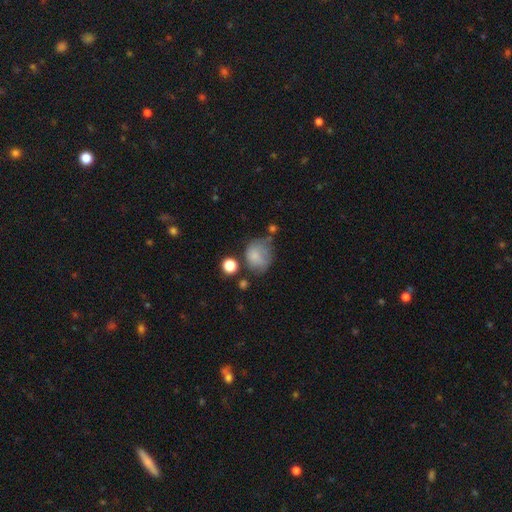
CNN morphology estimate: A smooth galaxy with no disk features (73%) that is round (58%). Merging: none (40%).